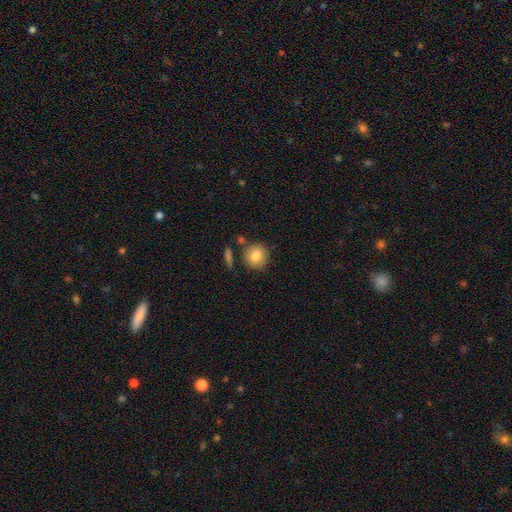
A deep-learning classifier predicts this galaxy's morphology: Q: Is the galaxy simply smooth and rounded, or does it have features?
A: smooth — 82%.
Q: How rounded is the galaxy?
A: round — 87%.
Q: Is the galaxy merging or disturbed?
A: none — 76%.